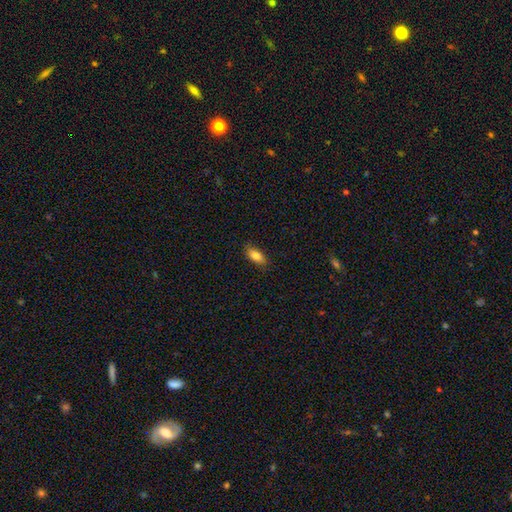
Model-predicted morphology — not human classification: This appears to be a smooth galaxy with no disk features (82%) that is in between round and cigar-shaped (84%). Merging: none (84%).